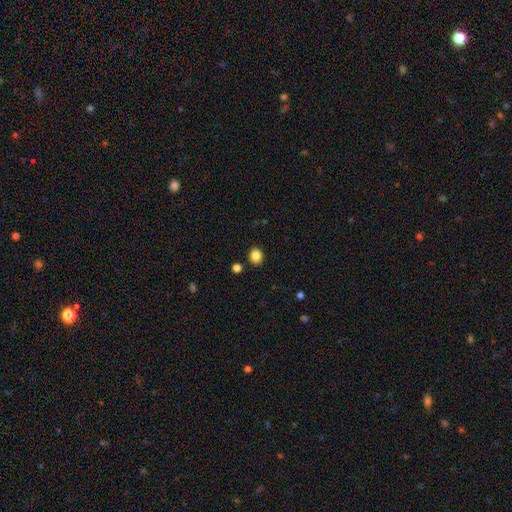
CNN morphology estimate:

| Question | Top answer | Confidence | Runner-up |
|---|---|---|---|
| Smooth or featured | smooth | 85% | star or artifact (10%) |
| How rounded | round | 63% | in between (36%) |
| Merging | none | 88% | minor disturbance (7%) |